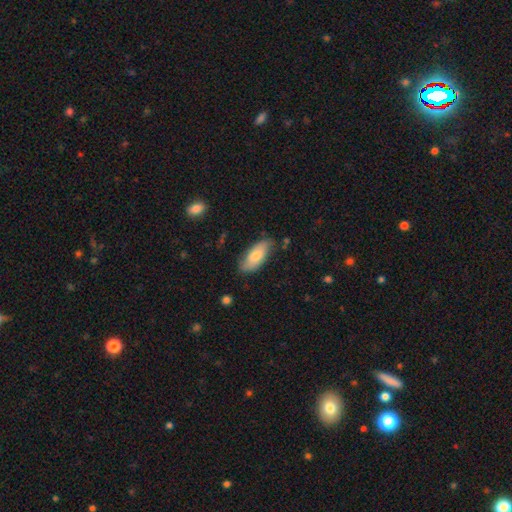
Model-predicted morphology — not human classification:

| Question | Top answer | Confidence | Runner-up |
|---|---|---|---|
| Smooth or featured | smooth | 73% | featured or disk (21%) |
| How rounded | in between | 85% | cigar-shaped (13%) |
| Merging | none | 72% | minor disturbance (22%) |